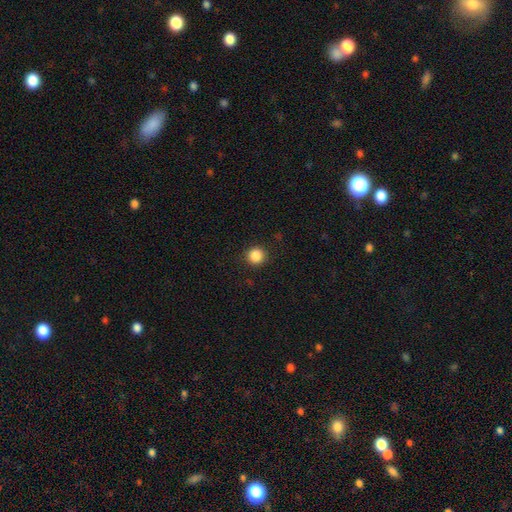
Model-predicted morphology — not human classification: Overall: smooth (87%). How rounded: round (93%). Merging: none (90%).